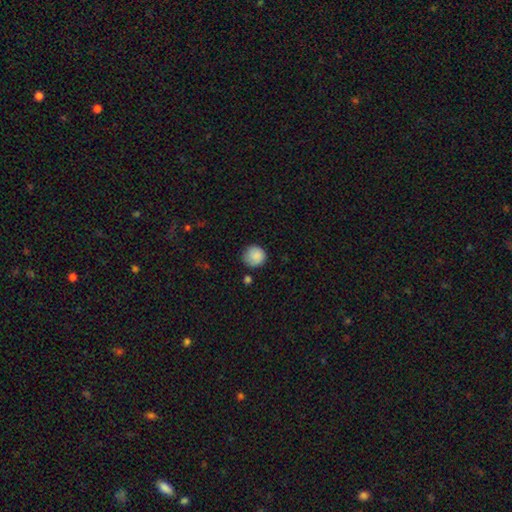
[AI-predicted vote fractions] Q: Smooth or featured?
A: smooth (87%); runner-up: star or artifact (8%)
Q: How rounded?
A: round (93%); runner-up: in between (6%)
Q: Merging?
A: none (77%); runner-up: minor disturbance (16%)